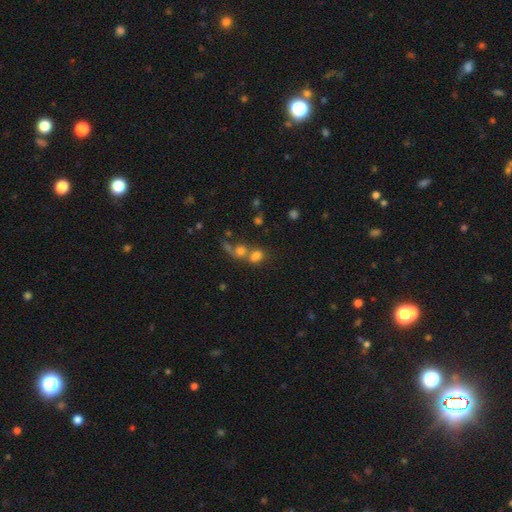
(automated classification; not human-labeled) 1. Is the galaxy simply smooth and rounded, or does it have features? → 70% smooth, 16% star or artifact, 14% featured or disk.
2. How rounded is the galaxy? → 55% round, 44% in between, 2% cigar-shaped.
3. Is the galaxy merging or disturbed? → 58% merger, 28% none, 7% minor disturbance, 7% major disturbance.